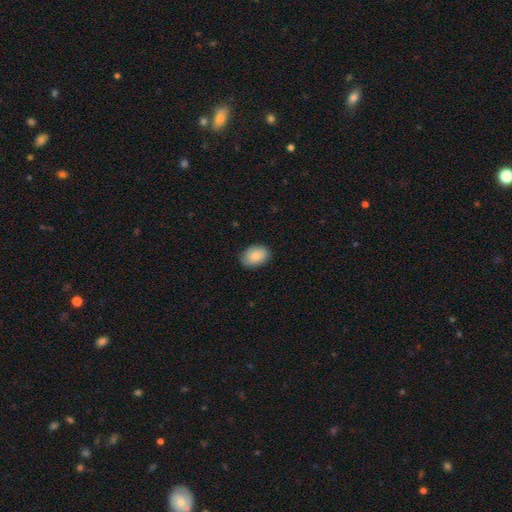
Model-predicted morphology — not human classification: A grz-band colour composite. It shows a smooth galaxy with no disk features (84%) that is in between round and cigar-shaped (81%). Merging: none (79%).